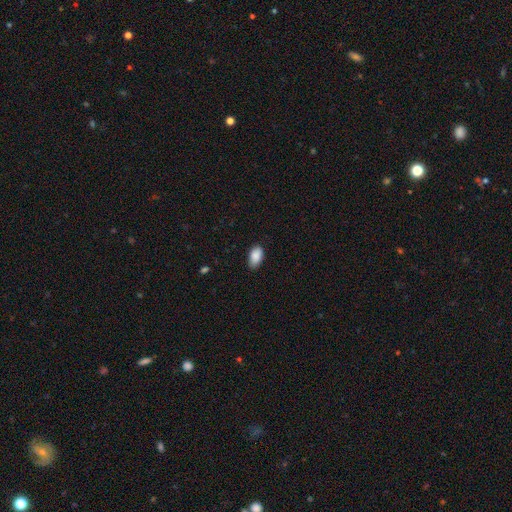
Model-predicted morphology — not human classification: type=smooth (89%); roundness=in between (94%); merging=none (80%).